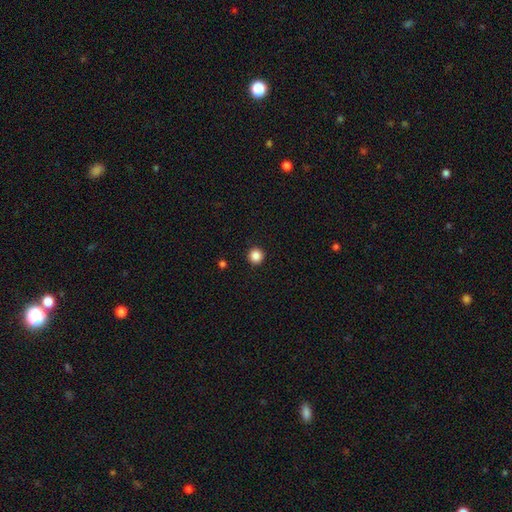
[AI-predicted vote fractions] smooth-or-featured: smooth: 86% | star or artifact: 11% | featured or disk: 3%
  how-rounded: round: 96% | in between: 3% | cigar-shaped: 1%
  merging: none: 94% | minor disturbance: 4% | major disturbance: 1% | merger: 1%